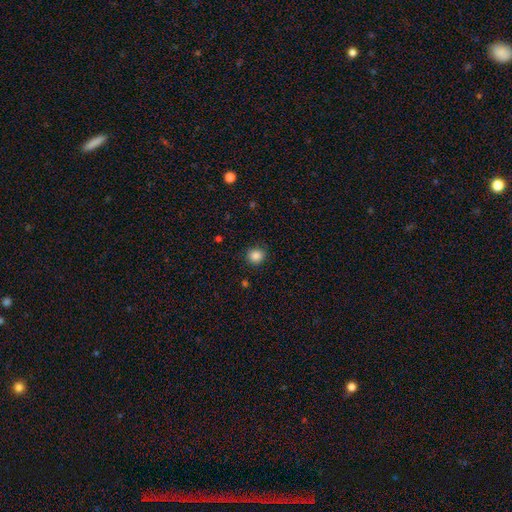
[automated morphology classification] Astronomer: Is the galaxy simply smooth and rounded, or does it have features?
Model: smooth — 86%.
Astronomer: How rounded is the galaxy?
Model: round — 88%.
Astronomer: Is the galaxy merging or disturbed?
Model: none — 87%.